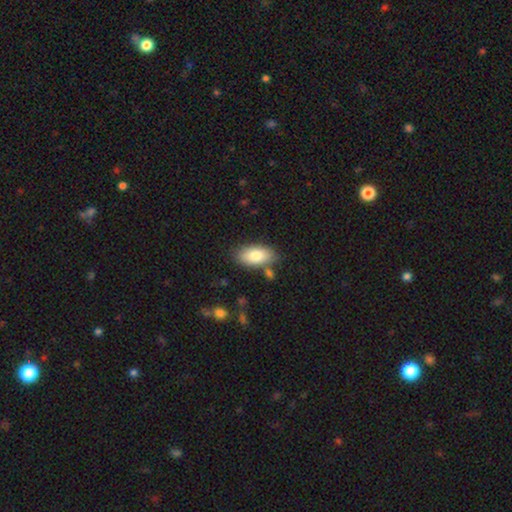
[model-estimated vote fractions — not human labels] Smooth or featured: smooth — 82% (featured or disk — 12%)
How rounded: in between — 92% (cigar-shaped — 4%)
Merging: none — 77% (minor disturbance — 14%)